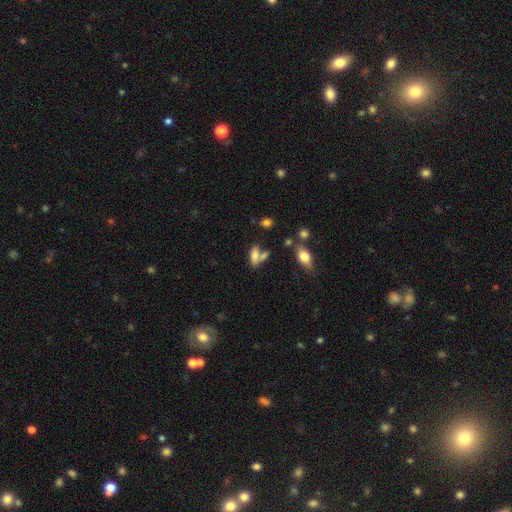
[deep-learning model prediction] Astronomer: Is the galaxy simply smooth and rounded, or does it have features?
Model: smooth — 73%.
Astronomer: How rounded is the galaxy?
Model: in between — 74%.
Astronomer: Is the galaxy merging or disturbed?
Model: none — 44% (runner-up: merger, 33%).